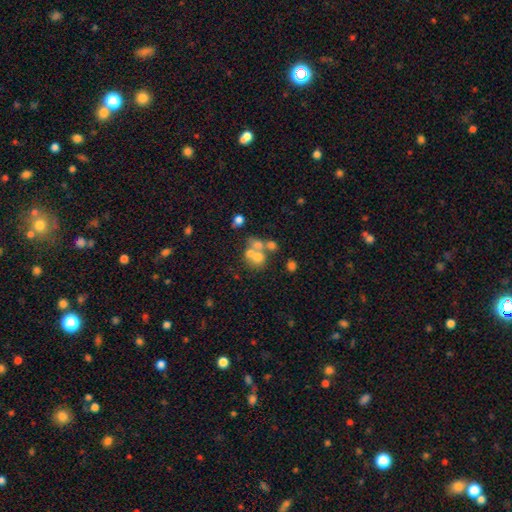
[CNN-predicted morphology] smooth-or-featured: smooth: 52% | featured or disk: 32% | star or artifact: 16%
  how-rounded: round: 70% | in between: 28% | cigar-shaped: 1%
  merging: merger: 55% | none: 29% | minor disturbance: 8% | major disturbance: 8%